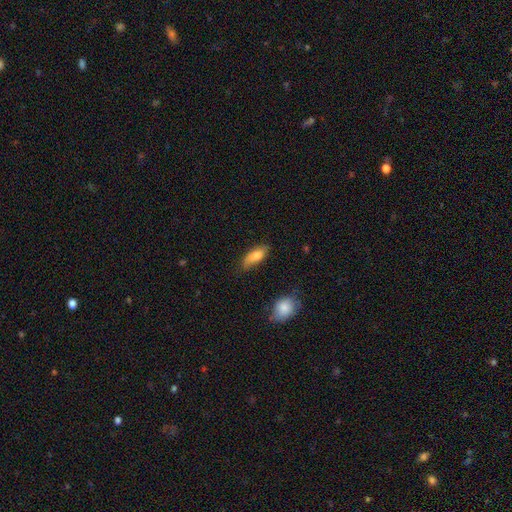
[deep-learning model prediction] smooth_or_featured: smooth (p=0.79) [alt: featured or disk p=0.14]
how_rounded: in between (p=0.78) [alt: cigar-shaped p=0.19]
merging: none (p=0.62) [alt: minor disturbance p=0.29]